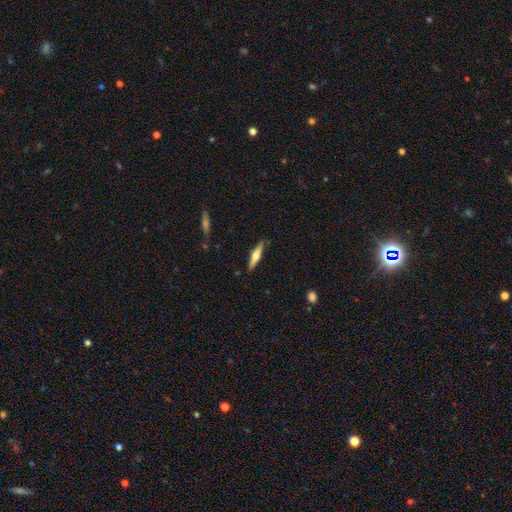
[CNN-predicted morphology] A featured or disk galaxy (53%) viewed edge-on (95%) with a rounded central bulge (89%).

Vote fractions:
- Smooth or featured? featured or disk: 53% / smooth: 41% / star or artifact: 6%
- Edge-on disk? yes: 95% / no: 5%
- Edge-on bulge? rounded: 89% / boxy: 6% / none: 4%
- Merging? none: 87% / minor disturbance: 10% / major disturbance: 2% / merger: 1%